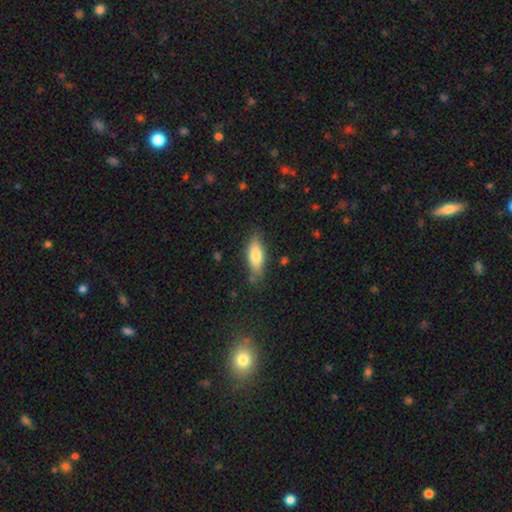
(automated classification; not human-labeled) Smooth or featured: smooth — 76% (featured or disk — 18%)
How rounded: in between — 68% (cigar-shaped — 30%)
Merging: none — 76% (minor disturbance — 18%)